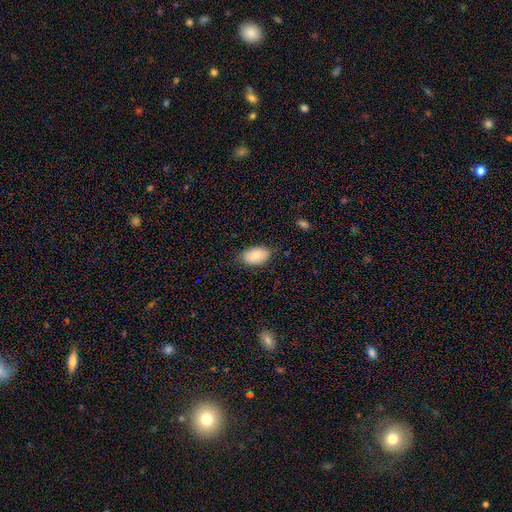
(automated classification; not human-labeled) smooth-or-featured: smooth: 80% | featured or disk: 13% | star or artifact: 7%
  how-rounded: in between: 93% | round: 6% | cigar-shaped: 1%
  merging: none: 80% | minor disturbance: 16% | major disturbance: 3% | merger: 1%